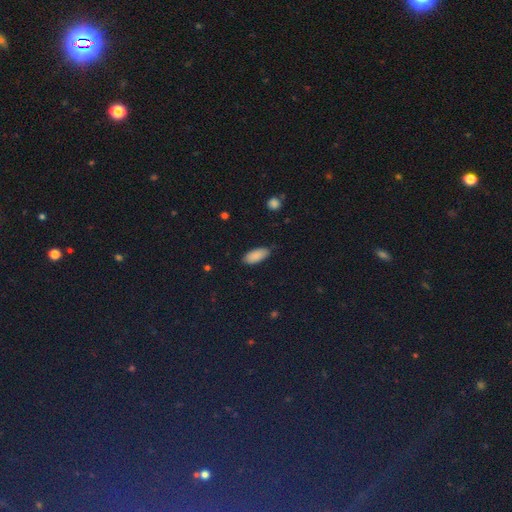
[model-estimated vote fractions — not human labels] Overall: smooth (87%). How rounded: in between (88%). Merging: none (82%).